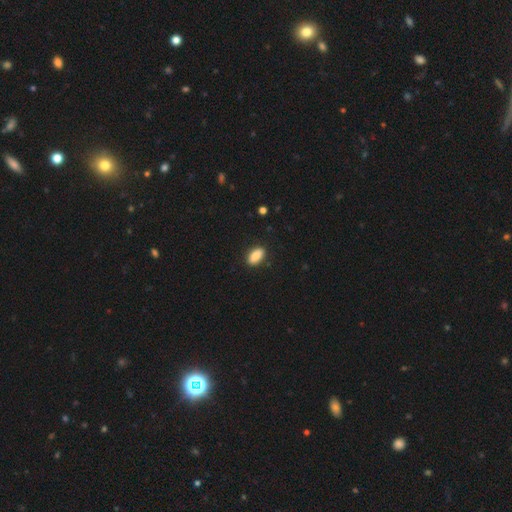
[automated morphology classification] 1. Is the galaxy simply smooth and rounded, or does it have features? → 89% smooth, 7% star or artifact, 4% featured or disk.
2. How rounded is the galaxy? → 90% in between, 5% cigar-shaped, 4% round.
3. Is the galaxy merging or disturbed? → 87% none, 10% minor disturbance, 2% major disturbance, 1% merger.